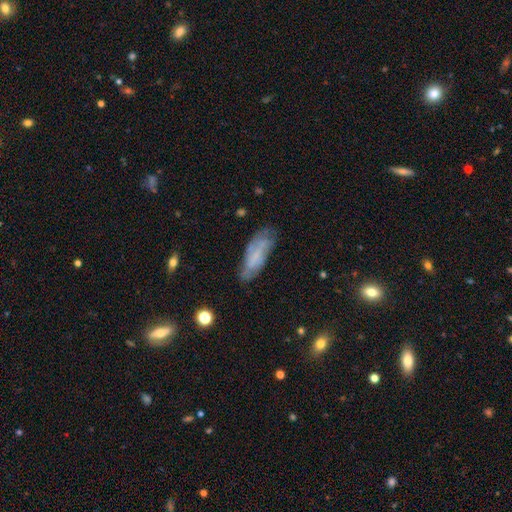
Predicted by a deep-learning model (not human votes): Smooth or featured? Predicted: smooth (p=0.47). Merging? Predicted: none (p=0.63).